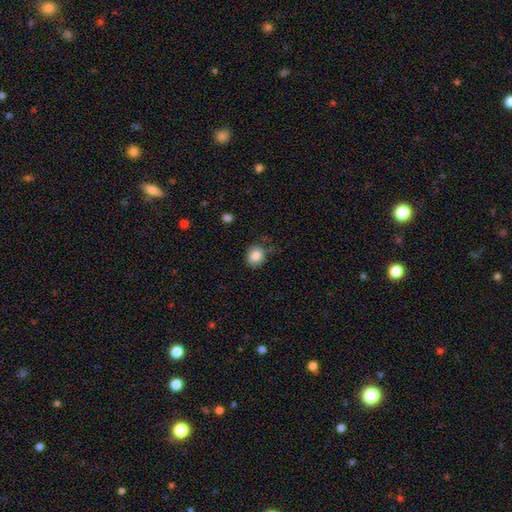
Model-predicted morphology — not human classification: A smooth galaxy with no disk features (83%) that is round (69%).

Vote fractions:
- Smooth or featured? smooth: 83% / featured or disk: 9% / star or artifact: 8%
- How rounded? round: 69% / in between: 30% / cigar-shaped: 1%
- Merging? none: 76% / minor disturbance: 18% / major disturbance: 4% / merger: 2%